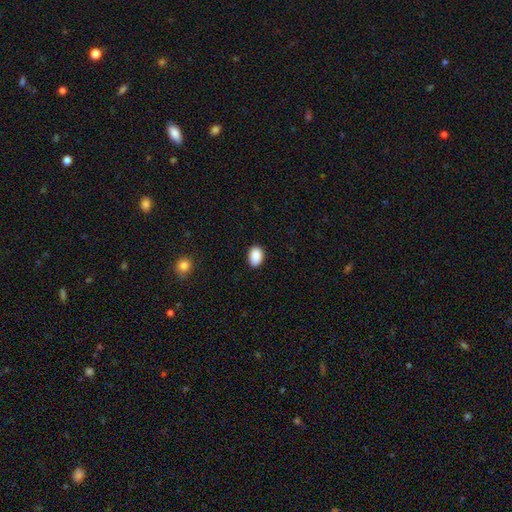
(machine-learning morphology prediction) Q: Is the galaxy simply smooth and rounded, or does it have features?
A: smooth — 89%.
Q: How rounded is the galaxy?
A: in between — 83%.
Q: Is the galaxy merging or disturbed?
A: none — 83%.